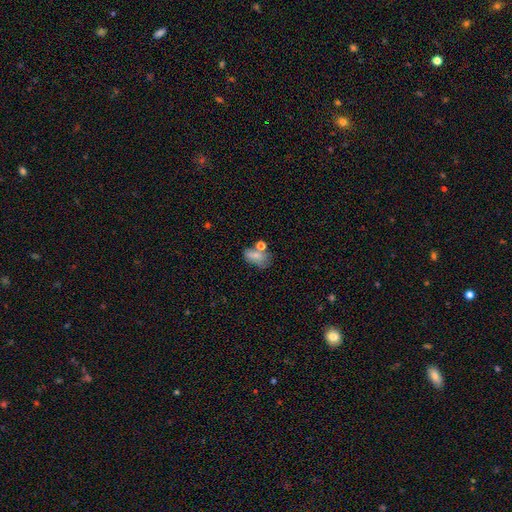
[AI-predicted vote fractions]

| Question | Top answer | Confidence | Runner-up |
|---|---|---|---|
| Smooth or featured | smooth | 71% | featured or disk (16%) |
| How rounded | in between | 81% | round (16%) |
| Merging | none | 41% | merger (27%) |